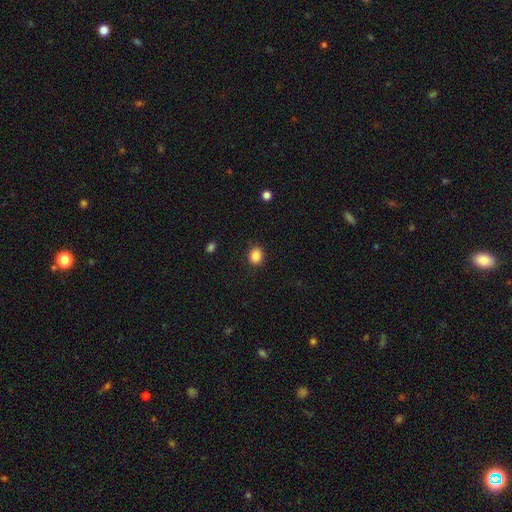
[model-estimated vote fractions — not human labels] smooth 87%, star or artifact 9%, featured or disk 3%. Down the decision tree: how rounded — round (63%); merging — none (88%).